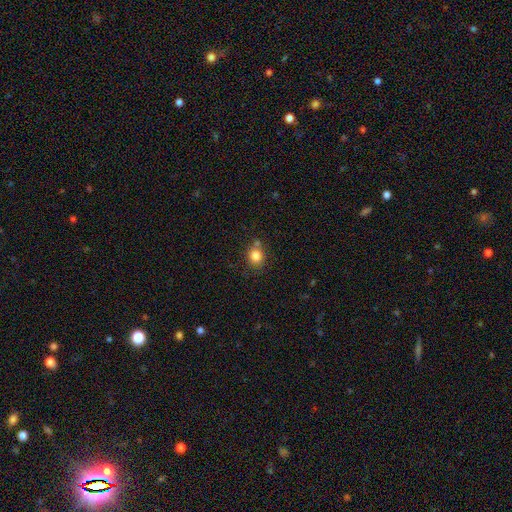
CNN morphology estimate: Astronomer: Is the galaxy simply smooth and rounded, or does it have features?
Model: smooth — 82%.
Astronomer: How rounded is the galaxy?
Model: round — 77%.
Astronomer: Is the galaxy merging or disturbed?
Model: none — 69%.